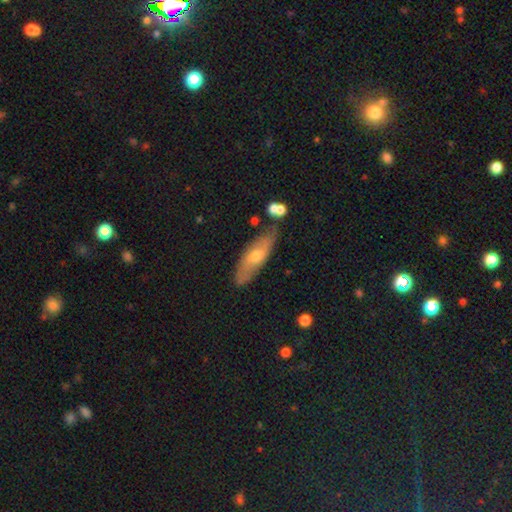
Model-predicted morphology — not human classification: Smooth or featured? Predicted: featured or disk (p=0.49). Merging? Predicted: none (p=0.78).